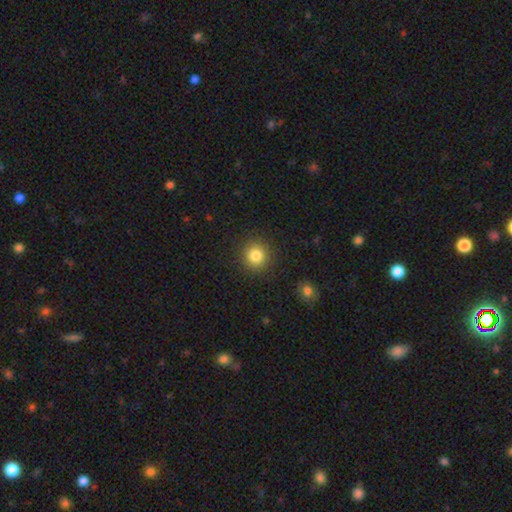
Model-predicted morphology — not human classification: The model was most divided on "smooth or featured": smooth: 83%, star or artifact: 11%, featured or disk: 6%. More confident: how rounded — round (93%); merging — none (90%).